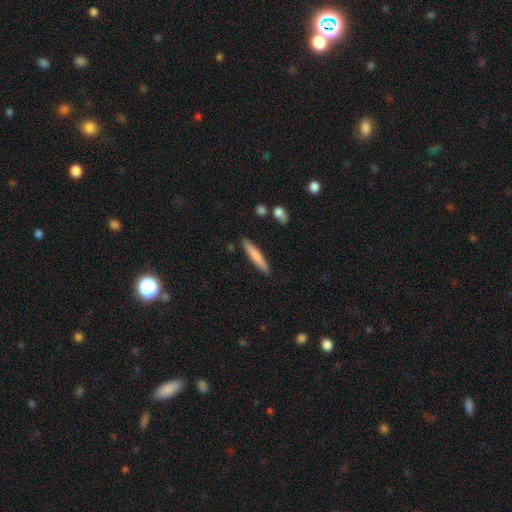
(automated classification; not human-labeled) smooth-or-featured: smooth: 73% | featured or disk: 21% | star or artifact: 5%
  how-rounded: cigar-shaped: 92% | in between: 7% | round: 1%
  merging: none: 89% | minor disturbance: 8% | merger: 2% | major disturbance: 2%